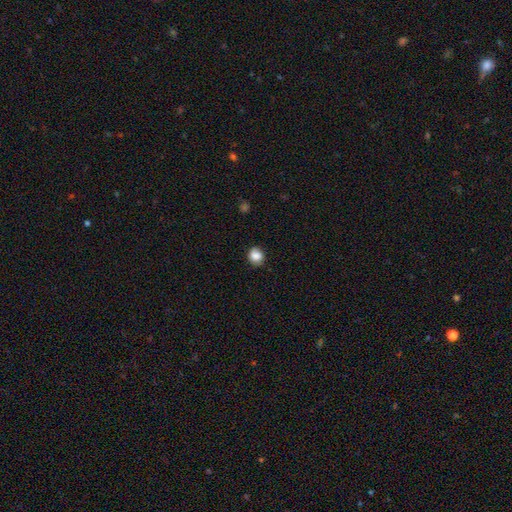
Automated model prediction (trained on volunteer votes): This appears to be a smooth galaxy with no disk features (84%) that is round (69%). Merging: none (79%).